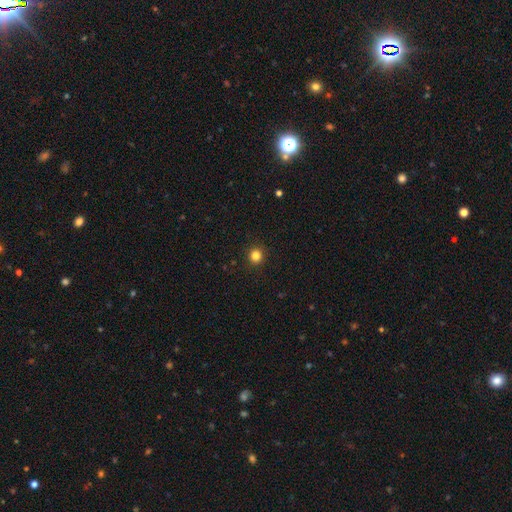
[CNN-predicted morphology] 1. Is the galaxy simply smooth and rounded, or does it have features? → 84% smooth, 12% star or artifact, 4% featured or disk.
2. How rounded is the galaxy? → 94% round, 5% in between, 1% cigar-shaped.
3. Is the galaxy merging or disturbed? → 92% none, 5% minor disturbance, 2% major disturbance, 1% merger.